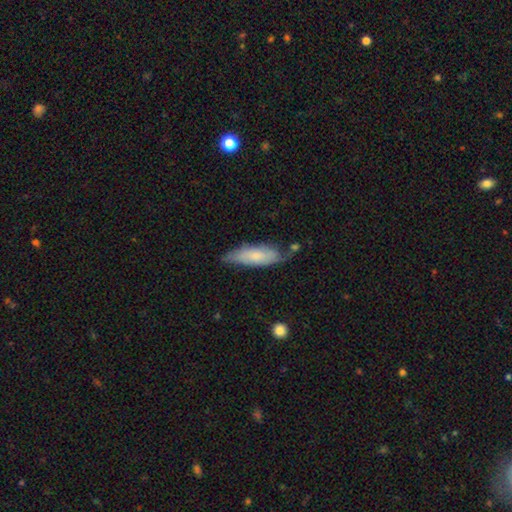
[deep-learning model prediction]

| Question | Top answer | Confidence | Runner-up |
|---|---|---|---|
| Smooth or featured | smooth | 67% | featured or disk (27%) |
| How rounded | in between | 49% | tied: cigar-shaped (49%) |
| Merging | none | 61% | minor disturbance (29%) |